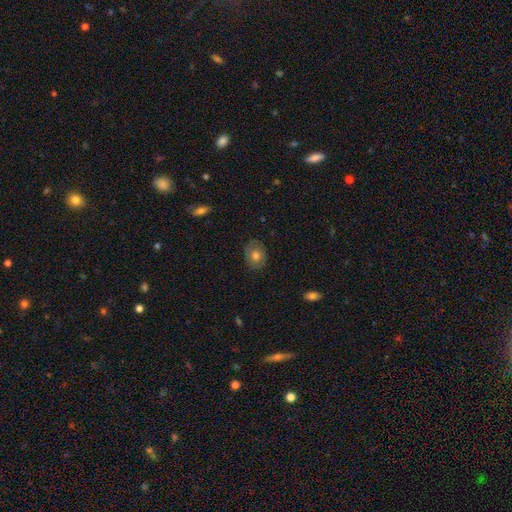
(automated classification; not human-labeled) A smooth galaxy with no disk features (66%) that is round (51%). Merging: none (80%).